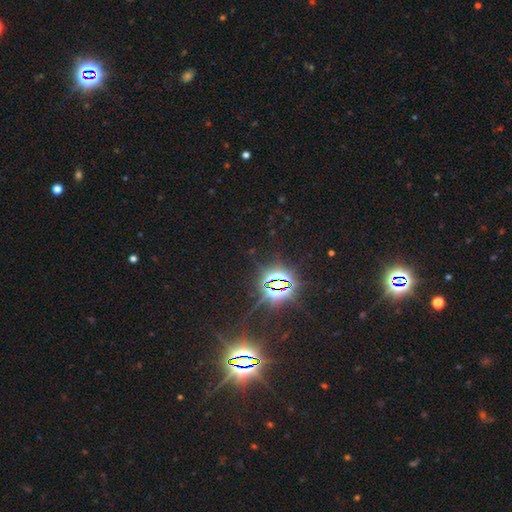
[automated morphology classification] smooth-or-featured: star or artifact: 87% | smooth: 7% | featured or disk: 6%